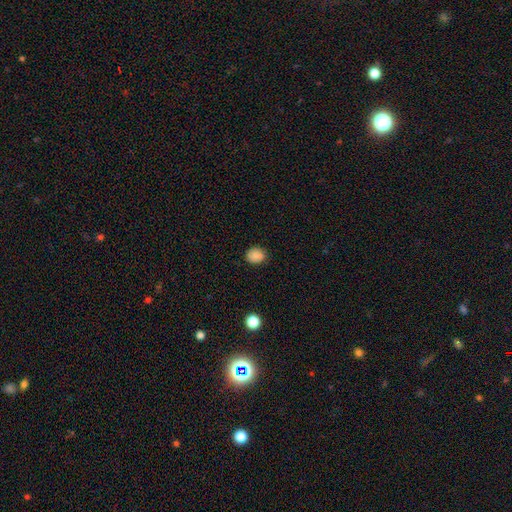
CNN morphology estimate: Q: Smooth or featured?
A: smooth (84%); runner-up: star or artifact (11%)
Q: How rounded?
A: round (69%); runner-up: in between (30%)
Q: Merging?
A: none (76%); runner-up: minor disturbance (15%)